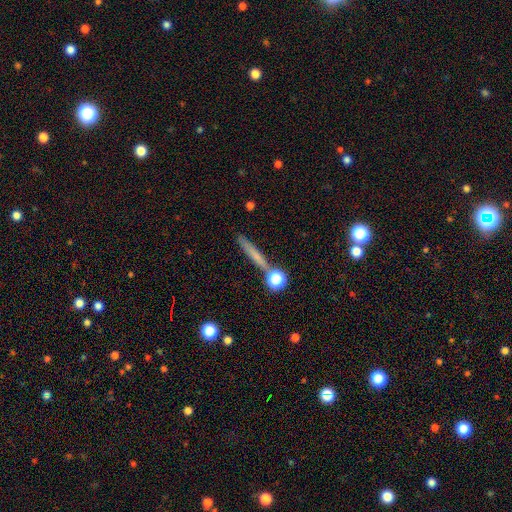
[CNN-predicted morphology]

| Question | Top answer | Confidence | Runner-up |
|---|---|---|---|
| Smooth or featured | smooth | 61% | featured or disk (29%) |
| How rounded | cigar-shaped | 90% | in between (5%) |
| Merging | none | 78% | minor disturbance (10%) |